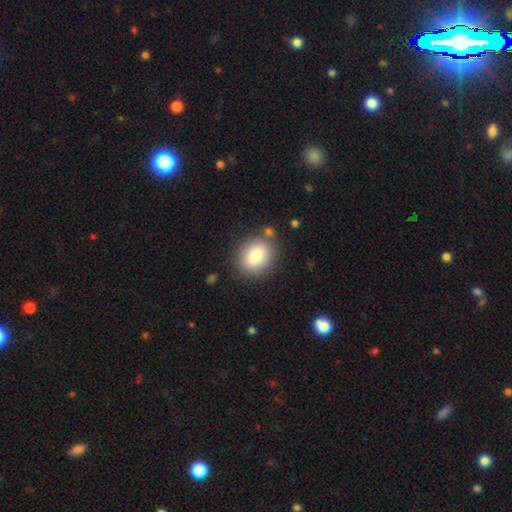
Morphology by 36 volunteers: smooth_or_featured: smooth (p=0.92) [alt: featured or disk p=0.08]
how_rounded: in between (p=0.61) [alt: round p=0.39]
merging: none (p=0.72) [alt: minor disturbance p=0.11]